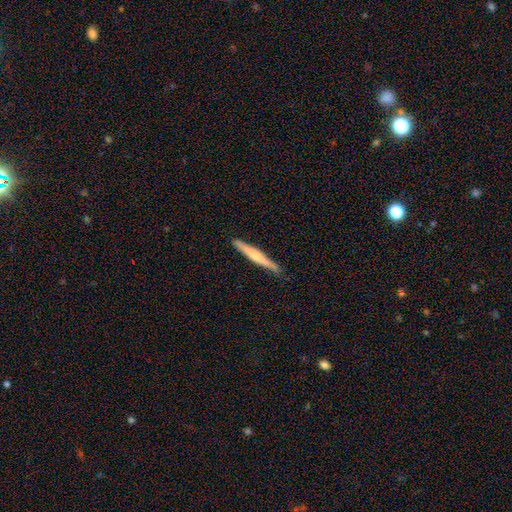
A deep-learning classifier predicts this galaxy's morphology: A featured or disk galaxy (52%) viewed edge-on (97%) with a rounded central bulge (63%). Merging: none (87%).